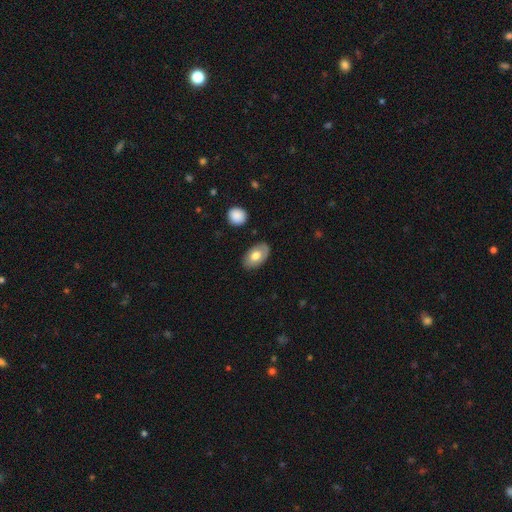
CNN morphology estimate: Smooth or featured? Predicted: smooth (p=0.65). How rounded? Predicted: in between (p=0.92). Merging? Predicted: none (p=0.81).